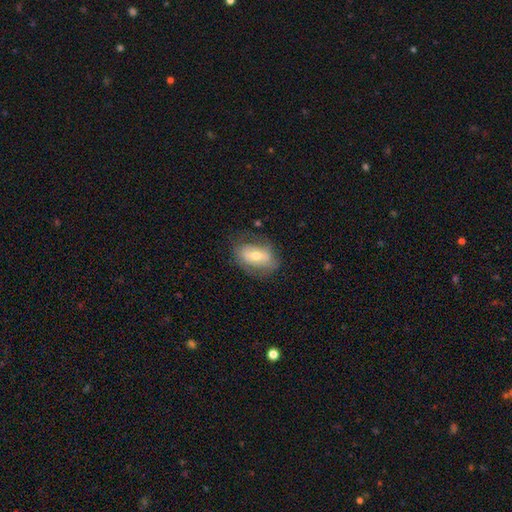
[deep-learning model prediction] Smooth or featured: smooth — 52% (featured or disk — 41%)
How rounded: in between — 84% (round — 13%)
Merging: none — 66% (minor disturbance — 23%)